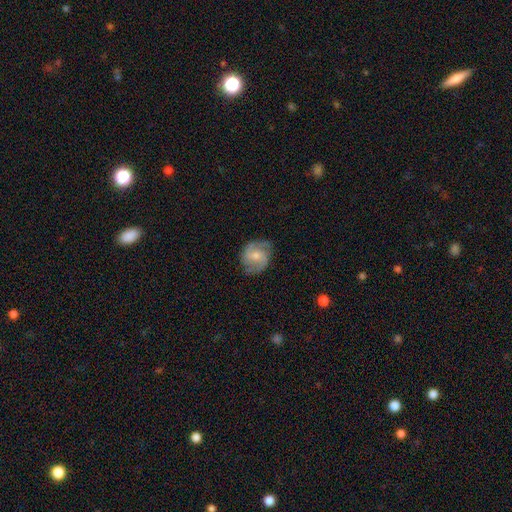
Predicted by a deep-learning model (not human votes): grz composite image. It shows a featured or disk galaxy (66%) with no bar (52%), 2 (78%) medium (50%) spiral arms (91%) and a moderate central bulge (53%). Merging: none (74%).